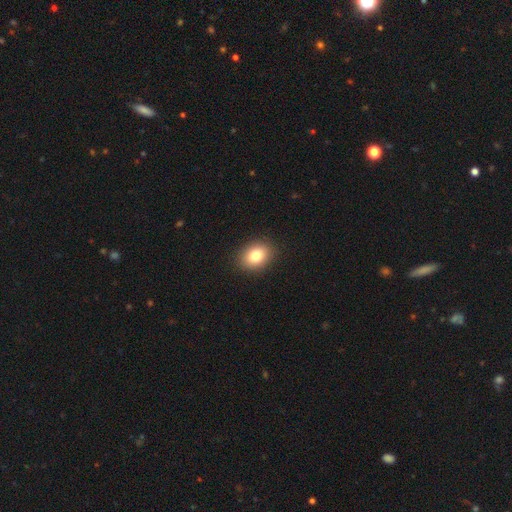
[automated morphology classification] This is clearly a smooth galaxy (81%). How rounded: likely in between (62%). Merging: clearly none (90%).